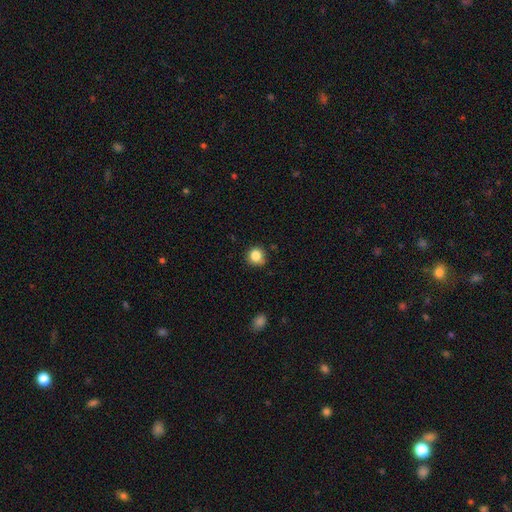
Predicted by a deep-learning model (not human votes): A smooth galaxy with no disk features (85%) that is round (89%).

Vote fractions:
- Smooth or featured? smooth: 85% / star or artifact: 11% / featured or disk: 5%
- How rounded? round: 89% / in between: 10% / cigar-shaped: 1%
- Merging? none: 82% / minor disturbance: 14% / major disturbance: 3% / merger: 2%